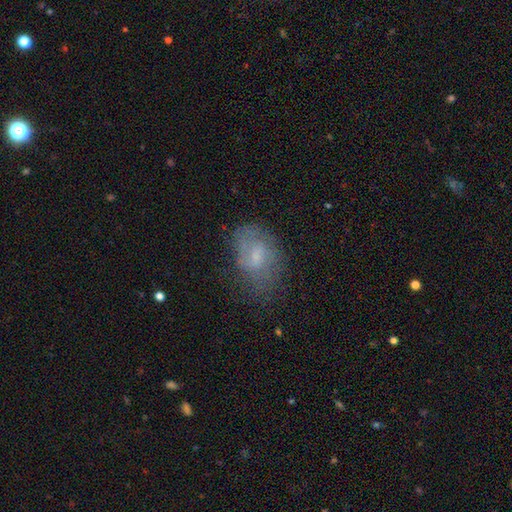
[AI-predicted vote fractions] A featured or disk galaxy (46%). Merging: none (54%).